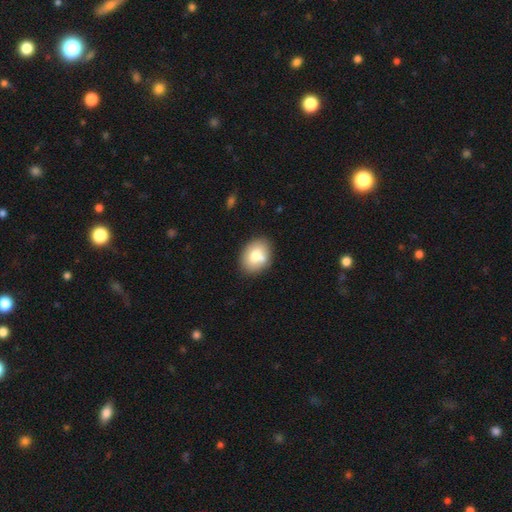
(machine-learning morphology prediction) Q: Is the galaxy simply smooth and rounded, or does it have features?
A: smooth — 73%.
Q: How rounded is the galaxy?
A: in between — 66%.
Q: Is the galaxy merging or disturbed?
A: none — 73%.